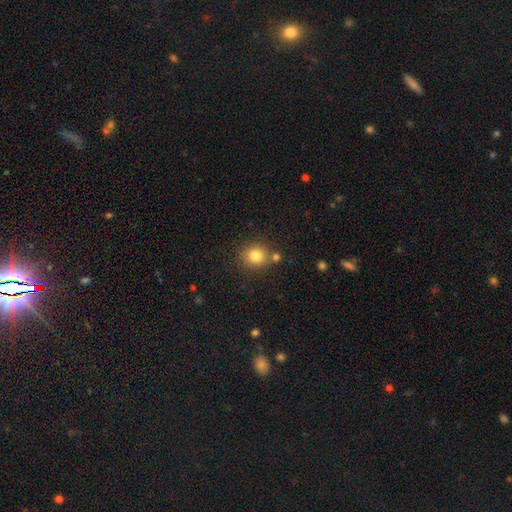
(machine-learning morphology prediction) A smooth galaxy with no disk features (82%) that is round (81%). Merging: none (75%).